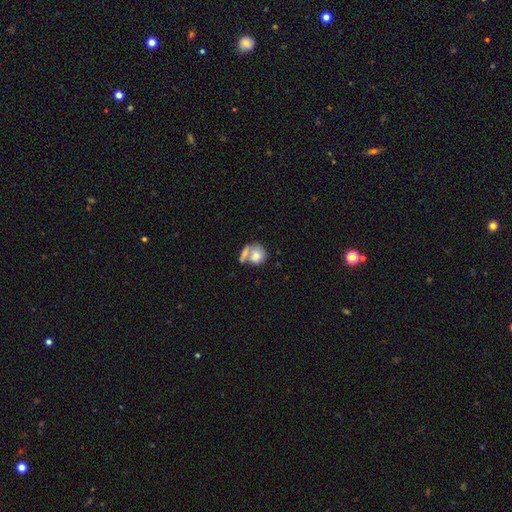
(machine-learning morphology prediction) Smooth or featured? smooth (74%)
How rounded? round (73%)
Merging? merger (49%)